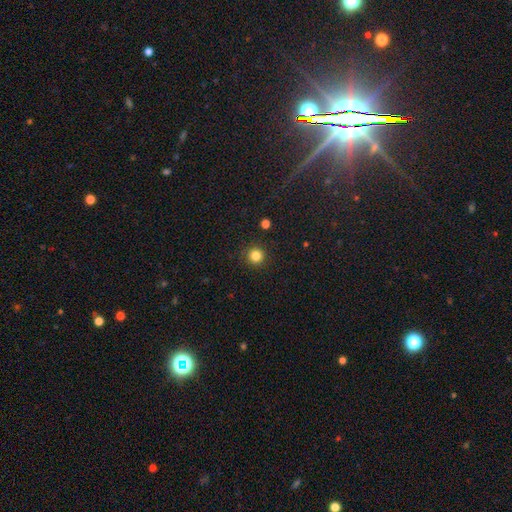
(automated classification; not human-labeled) smooth-or-featured: smooth: 83% | star or artifact: 13% | featured or disk: 4%
  how-rounded: round: 95% | in between: 4% | cigar-shaped: 1%
  merging: none: 91% | minor disturbance: 6% | major disturbance: 2% | merger: 1%